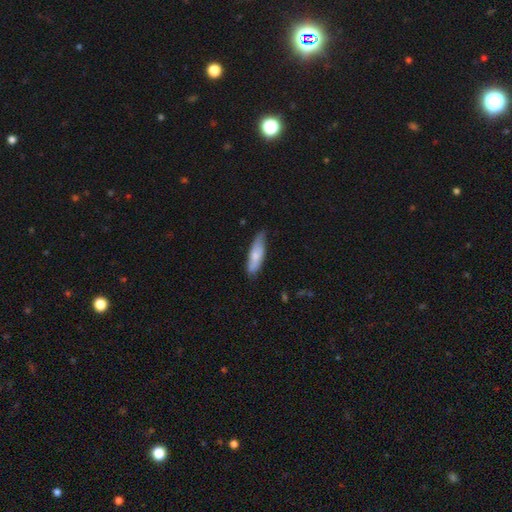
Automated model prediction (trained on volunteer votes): The model was most divided on "how rounded": cigar-shaped: 58%, in between: 40%, round: 2%. More confident: smooth or featured — smooth (72%); merging — none (70%).